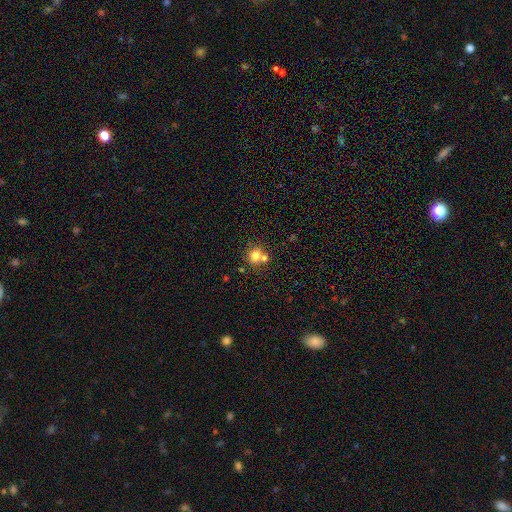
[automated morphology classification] This is likely a smooth galaxy (75%). How rounded: clearly round (81%). Merging: possibly none (54%).